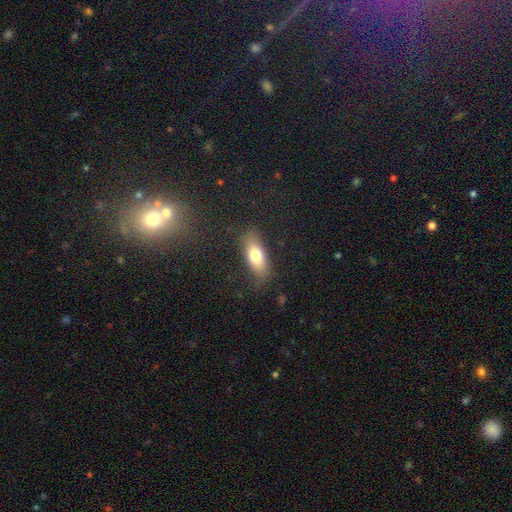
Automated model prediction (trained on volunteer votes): Q: Smooth or featured?
A: smooth (73%); runner-up: featured or disk (20%)
Q: How rounded?
A: in between (75%); runner-up: cigar-shaped (21%)
Q: Merging?
A: none (81%); runner-up: minor disturbance (13%)